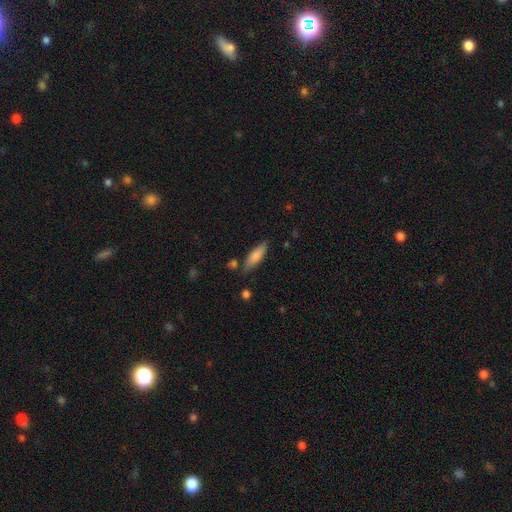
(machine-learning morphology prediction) Overall: smooth (82%). How rounded: cigar-shaped (51%; in between 48%). Merging: none (77%).